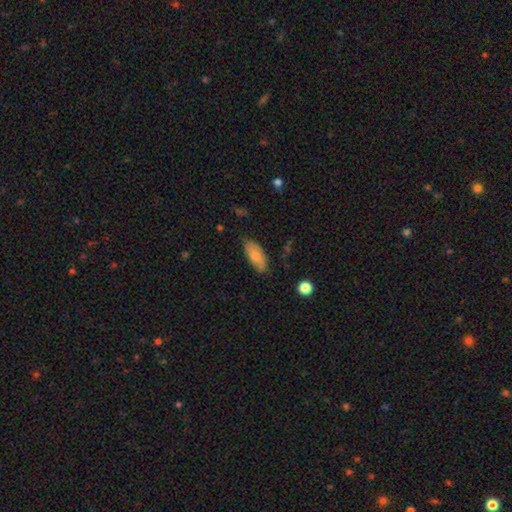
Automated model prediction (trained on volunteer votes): smooth 76%, featured or disk 17%, star or artifact 6%. Down the decision tree: how rounded — in between (87%); merging — none (70%).